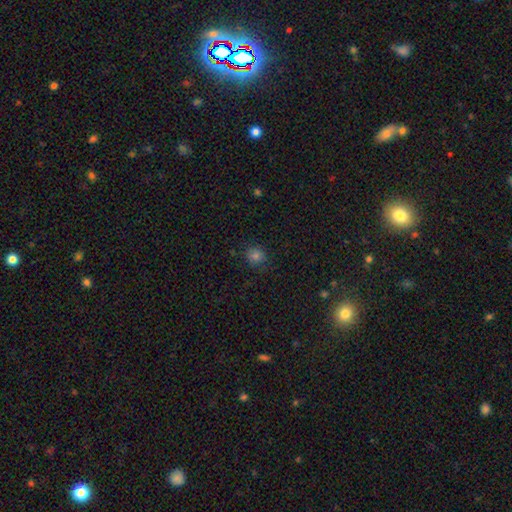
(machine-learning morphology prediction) Smooth or featured?
  - smooth: 77% *
  - star or artifact: 18%
  - featured or disk: 6%
How rounded?
  - round: 84% *
  - in between: 15%
  - cigar-shaped: 1%
Merging?
  - none: 84% *
  - minor disturbance: 12%
  - major disturbance: 3%
  - merger: 1%